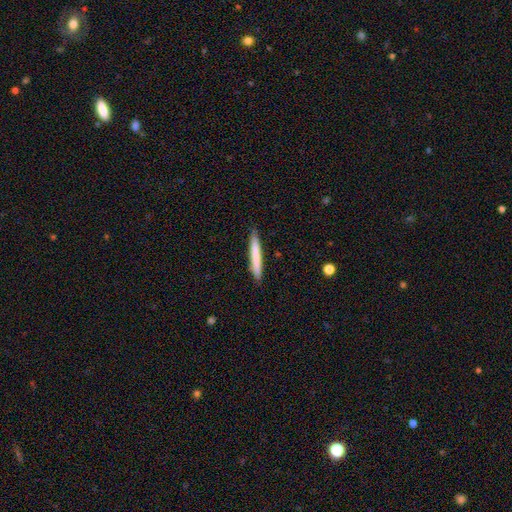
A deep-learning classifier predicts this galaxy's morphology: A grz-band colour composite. It shows a smooth galaxy with no disk features (74%) that is cigar-shaped (96%). Merging: none (90%).